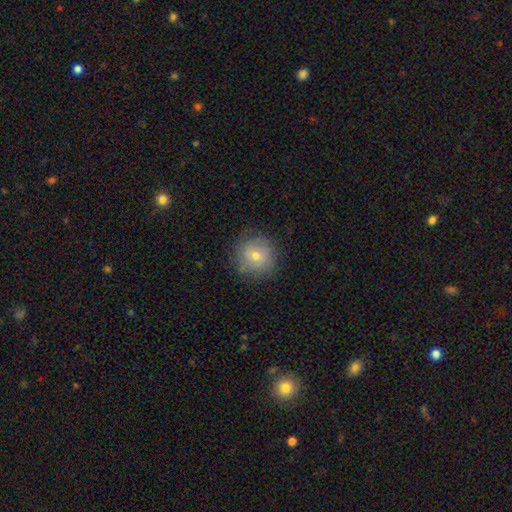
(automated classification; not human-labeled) Smooth or featured? smooth (69%)
How rounded? round (91%)
Merging? none (76%)